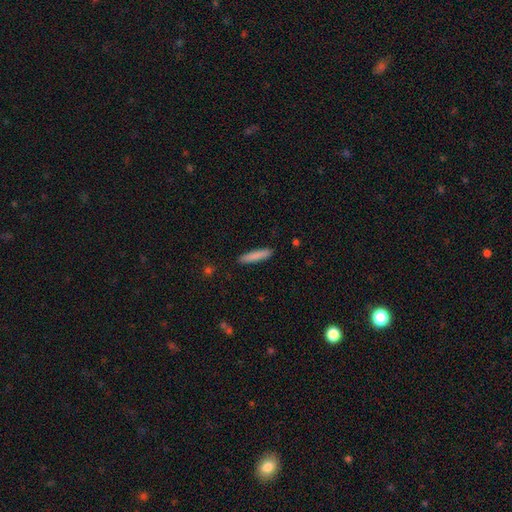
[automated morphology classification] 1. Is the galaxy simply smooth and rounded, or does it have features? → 85% smooth, 9% featured or disk, 6% star or artifact.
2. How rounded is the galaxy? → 89% cigar-shaped, 9% in between, 1% round.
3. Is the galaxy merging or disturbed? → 90% none, 7% minor disturbance, 2% major disturbance, 1% merger.